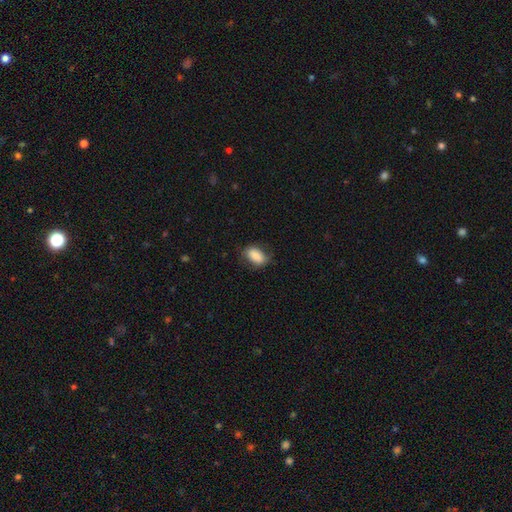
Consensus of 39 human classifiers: A smooth galaxy with no disk features (87%) that is in between round and cigar-shaped (88%).

Vote fractions:
- Smooth or featured? smooth: 87% / featured or disk: 8% / star or artifact: 5%
- How rounded? in between: 88% / round: 6% / cigar-shaped: 6%
- Merging? none: 68% / minor disturbance: 24% / major disturbance: 5% / merger: 3%